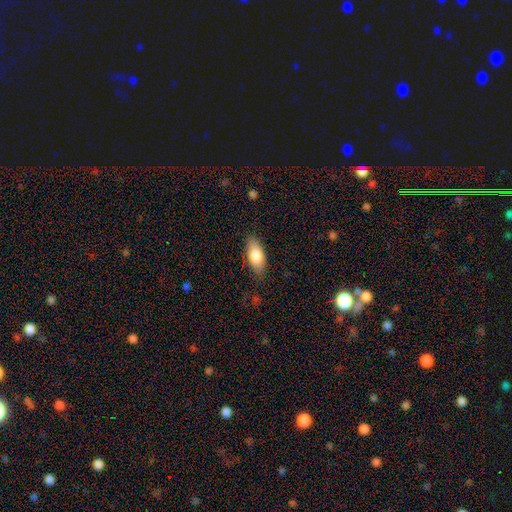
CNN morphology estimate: type=smooth (80%); roundness=in between (85%); merging=none (84%).